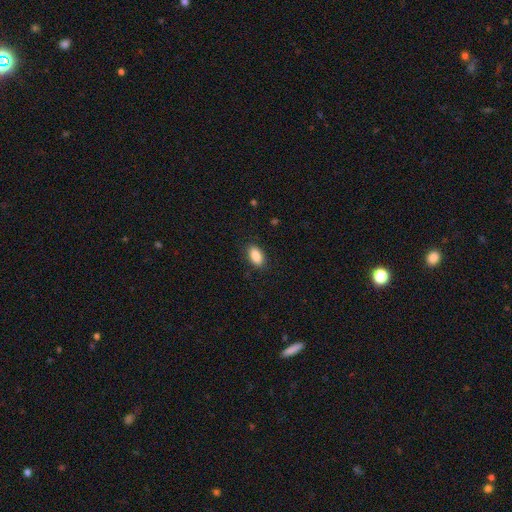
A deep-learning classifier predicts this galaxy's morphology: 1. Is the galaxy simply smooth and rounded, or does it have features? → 89% smooth, 7% star or artifact, 4% featured or disk.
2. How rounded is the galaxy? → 92% in between, 5% round, 3% cigar-shaped.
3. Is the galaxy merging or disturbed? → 88% none, 9% minor disturbance, 2% major disturbance, 1% merger.